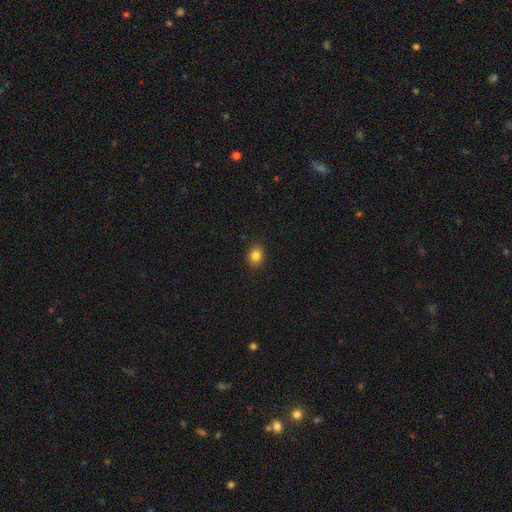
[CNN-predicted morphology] The model was most divided on "how rounded": round: 56%, in between: 43%, cigar-shaped: 1%. More confident: merging — none (89%); smooth or featured — smooth (83%).